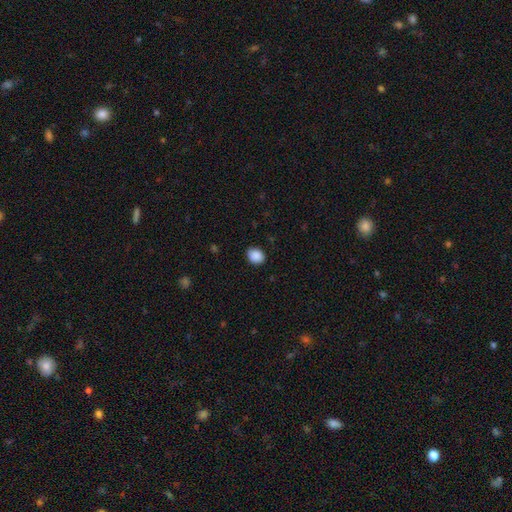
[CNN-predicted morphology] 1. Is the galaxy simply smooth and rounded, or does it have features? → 89% smooth, 8% star or artifact, 3% featured or disk.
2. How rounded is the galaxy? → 50% in between (tied), 50% round (tied), 1% cigar-shaped.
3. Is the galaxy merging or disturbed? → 86% none, 11% minor disturbance, 2% major disturbance, 1% merger.